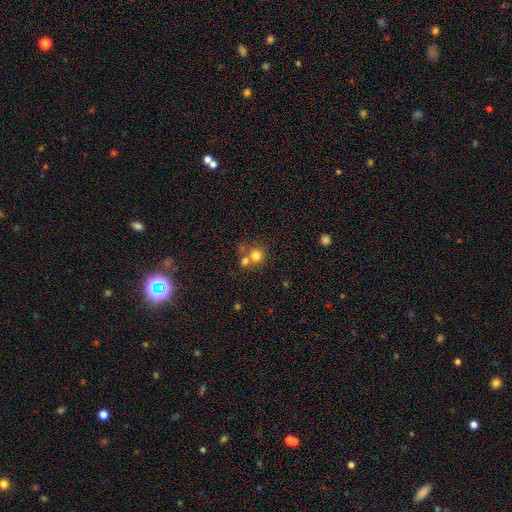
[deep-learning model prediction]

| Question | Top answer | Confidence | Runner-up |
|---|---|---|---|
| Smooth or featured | smooth | 76% | star or artifact (14%) |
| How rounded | round | 88% | in between (11%) |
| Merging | none | 51% | merger (39%) |